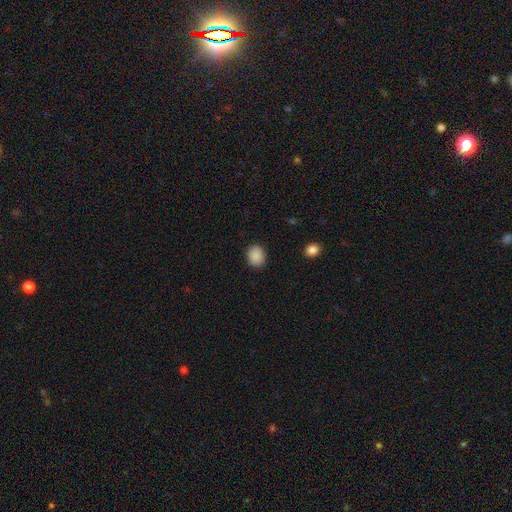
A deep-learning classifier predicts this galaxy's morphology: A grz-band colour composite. It shows a smooth galaxy with no disk features (89%) that is round (61%). Merging: none (89%).